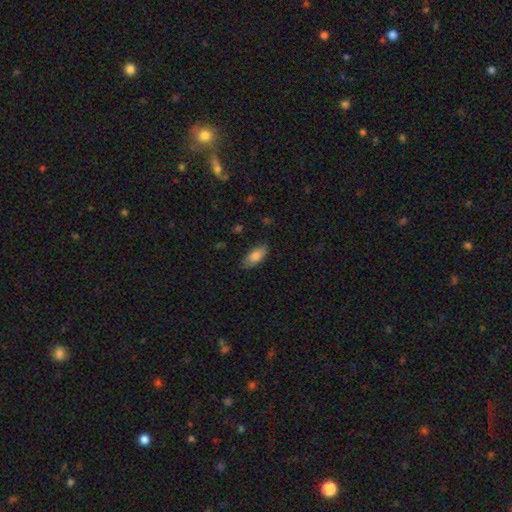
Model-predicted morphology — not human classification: smooth 81%, featured or disk 12%, star or artifact 7%. Down the decision tree: how rounded — in between (87%); merging — none (82%).